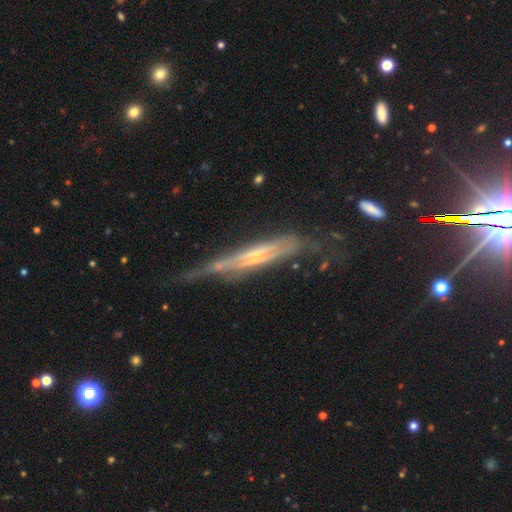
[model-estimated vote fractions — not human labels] This is likely a featured or disk galaxy (76%). It is clearly viewed edge-on (88%). Edge-on bulge: marginally none (40%). Merging: possibly none (53%).